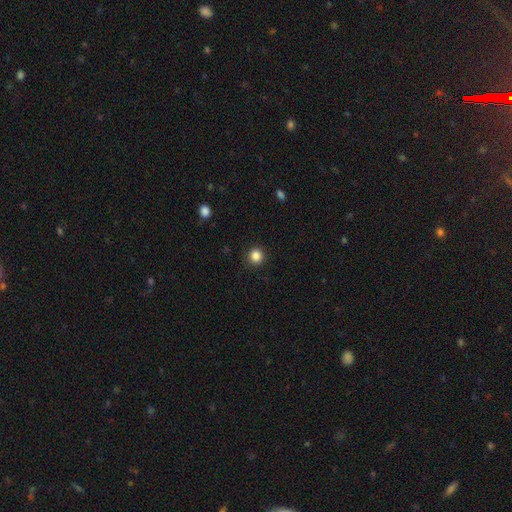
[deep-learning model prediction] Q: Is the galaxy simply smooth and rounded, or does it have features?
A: smooth — 85%.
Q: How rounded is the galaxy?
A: round — 92%.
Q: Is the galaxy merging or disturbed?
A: none — 91%.